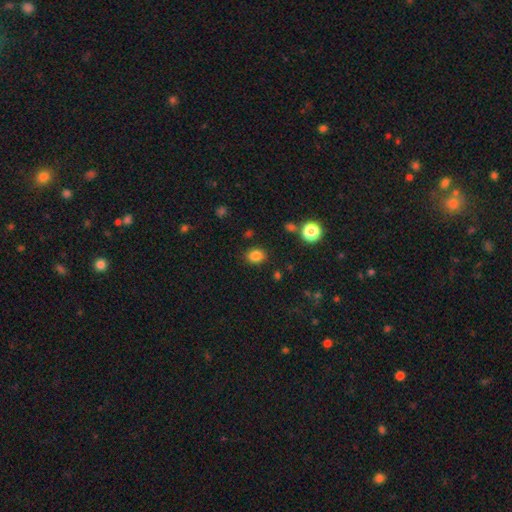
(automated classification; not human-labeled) Overall: smooth (83%). How rounded: round (55%; in between 44%). Merging: none (85%).